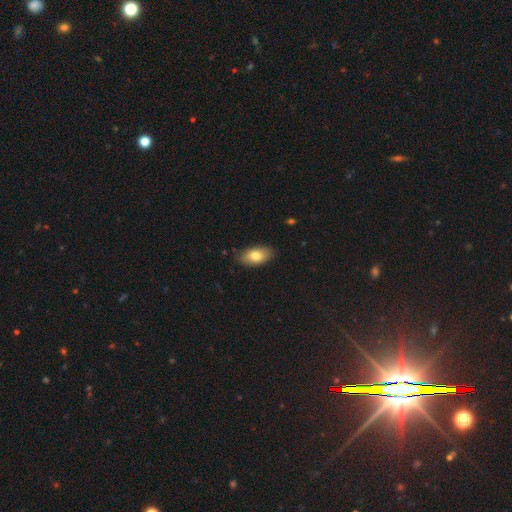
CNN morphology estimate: type=smooth (79%); roundness=in between (92%); merging=none (85%).